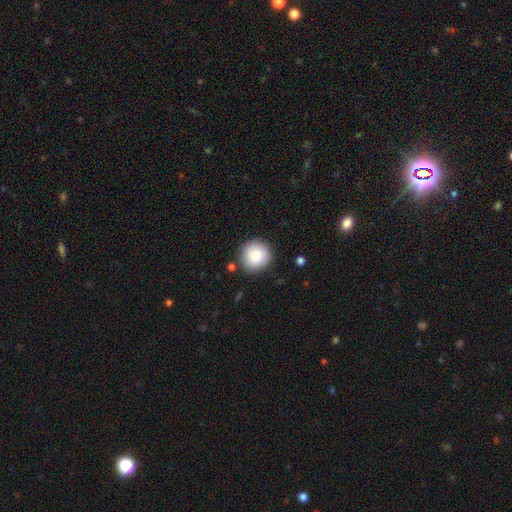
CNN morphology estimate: smooth-or-featured: smooth: 85% | star or artifact: 8% | featured or disk: 7%
  how-rounded: round: 94% | in between: 5% | cigar-shaped: 1%
  merging: none: 87% | minor disturbance: 9% | merger: 2% | major disturbance: 2%